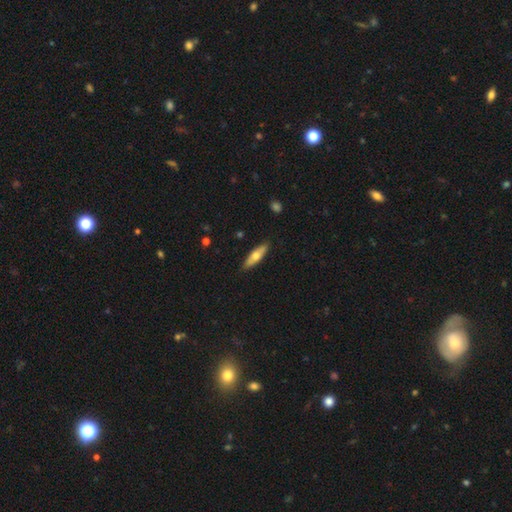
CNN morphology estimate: Smooth or featured? smooth (58%)
How rounded? cigar-shaped (59%)
Merging? none (87%)